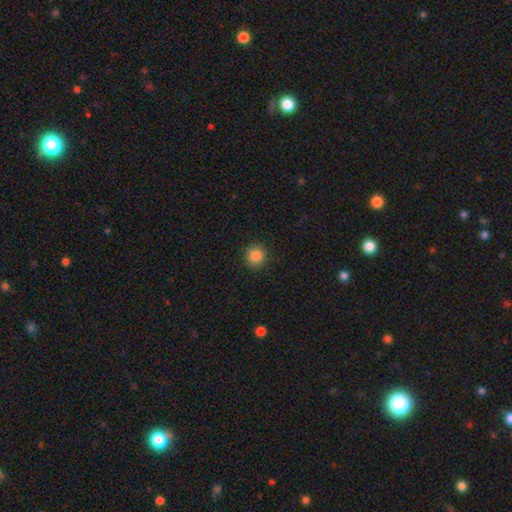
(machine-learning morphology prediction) Smooth or featured? smooth (87%)
How rounded? round (93%)
Merging? none (91%)